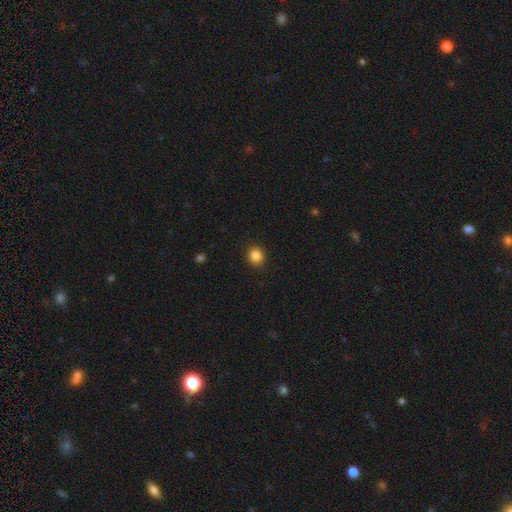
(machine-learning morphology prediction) Smooth or featured? smooth (85%)
How rounded? round (79%)
Merging? none (91%)